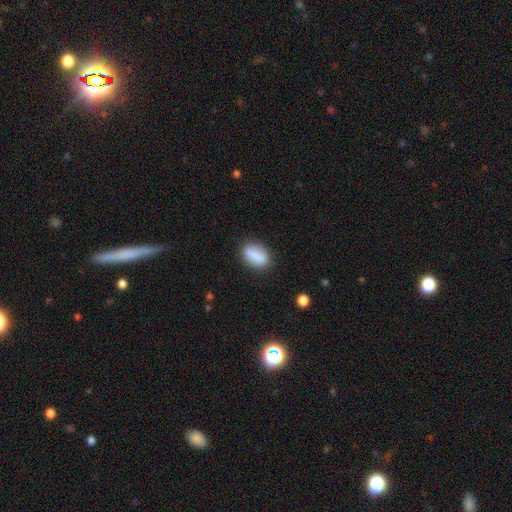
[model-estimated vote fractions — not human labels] smooth_or_featured: smooth (p=0.85) [alt: featured or disk p=0.08]
how_rounded: in between (p=0.85) [alt: round p=0.08]
merging: none (p=0.83) [alt: minor disturbance p=0.12]